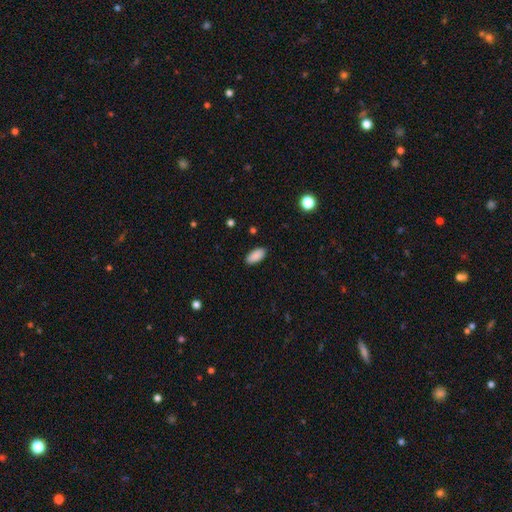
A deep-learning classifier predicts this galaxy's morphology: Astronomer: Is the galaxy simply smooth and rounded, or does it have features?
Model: smooth — 90%.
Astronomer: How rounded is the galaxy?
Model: in between — 92%.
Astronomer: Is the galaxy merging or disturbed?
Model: none — 89%.